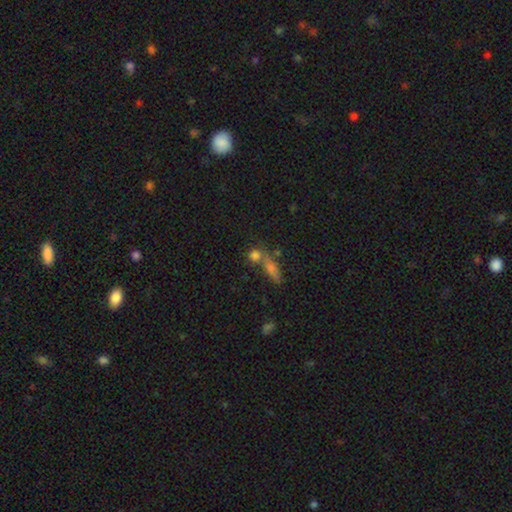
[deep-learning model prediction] This is likely a smooth galaxy (71%). How rounded: likely round (72%). Merging: possibly none (51%).